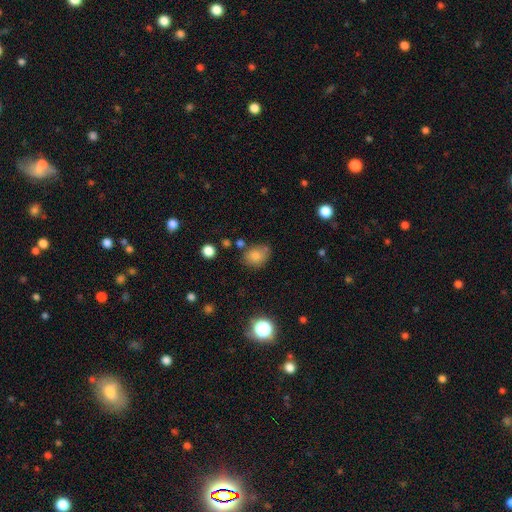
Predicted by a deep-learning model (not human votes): This appears to be a smooth galaxy with no disk features (78%) that is in between round and cigar-shaped (50%). Merging: none (67%).